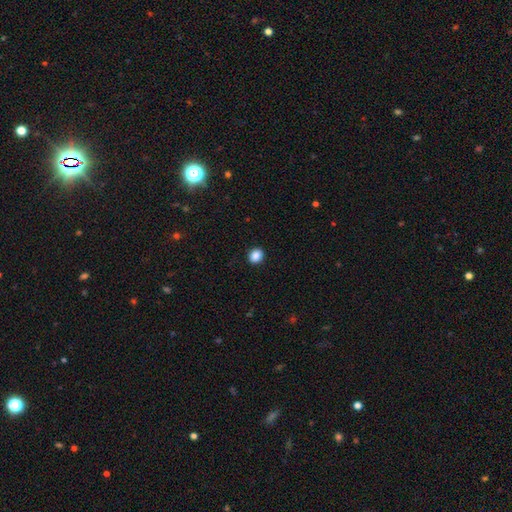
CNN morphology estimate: Smooth or featured: smooth — 88% (star or artifact — 9%)
How rounded: round — 73% (in between — 26%)
Merging: none — 92% (minor disturbance — 5%)